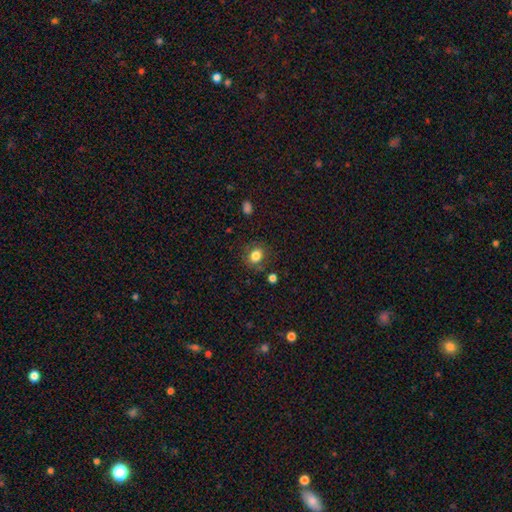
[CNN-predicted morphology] A smooth galaxy with no disk features (80%) that is round (58%). Merging: none (78%).